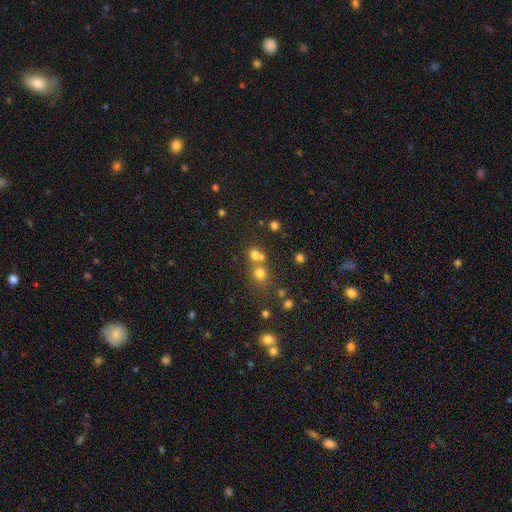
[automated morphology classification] type=smooth (67%); roundness=round (81%); merging=merger (50%).